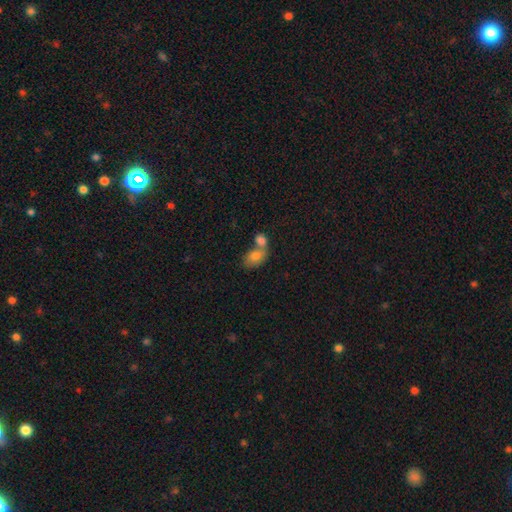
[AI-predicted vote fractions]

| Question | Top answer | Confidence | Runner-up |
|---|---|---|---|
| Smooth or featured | smooth | 80% | featured or disk (12%) |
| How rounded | in between | 83% | round (15%) |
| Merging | merger | 63% | none (24%) |